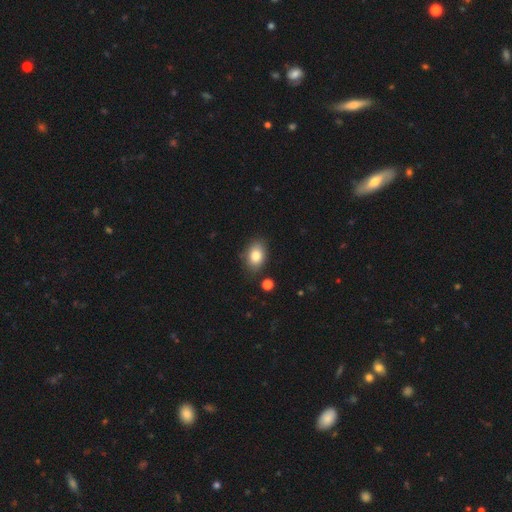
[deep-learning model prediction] Q: Smooth or featured?
A: smooth (83%); runner-up: star or artifact (8%)
Q: How rounded?
A: in between (81%); runner-up: round (18%)
Q: Merging?
A: none (81%); runner-up: minor disturbance (13%)